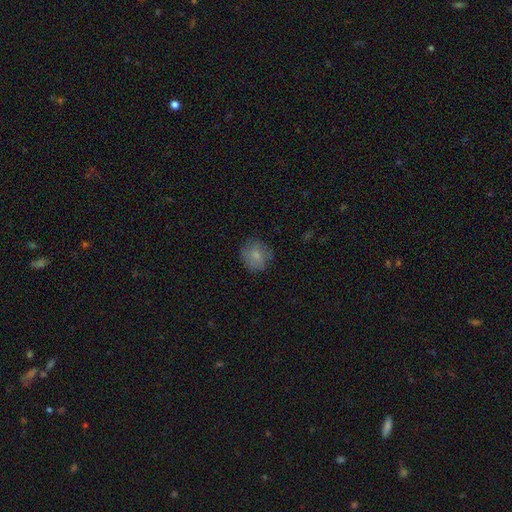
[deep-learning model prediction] Smooth or featured?
  - smooth: 77% *
  - featured or disk: 15%
  - star or artifact: 8%
How rounded?
  - round: 76% *
  - in between: 23%
  - cigar-shaped: 1%
Merging?
  - none: 75% *
  - minor disturbance: 18%
  - major disturbance: 5%
  - merger: 1%